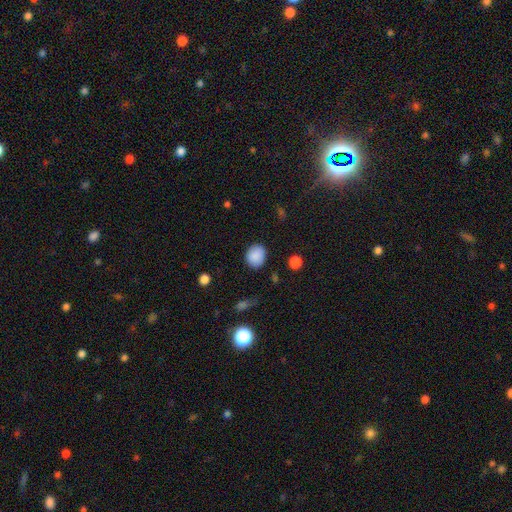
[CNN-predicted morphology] This is clearly a smooth galaxy (88%). How rounded: likely round (68%). Merging: clearly none (84%).